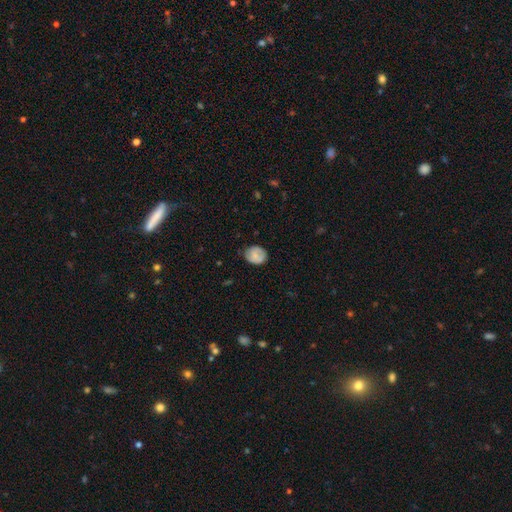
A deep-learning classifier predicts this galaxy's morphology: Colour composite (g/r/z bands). It shows a smooth galaxy with no disk features (68%) that is round (66%). Merging: none (70%).